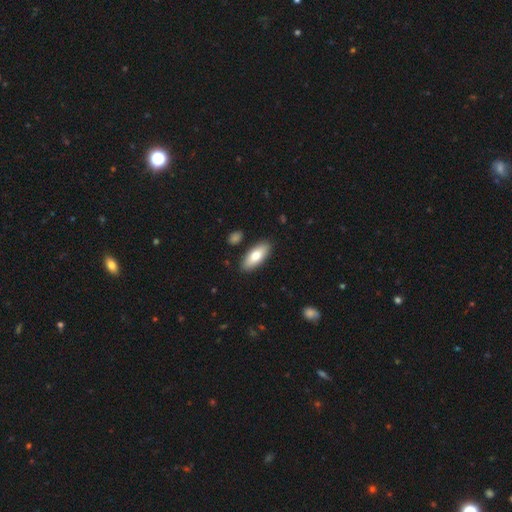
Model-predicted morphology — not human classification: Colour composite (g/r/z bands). It shows a smooth galaxy with no disk features (76%) that is in between round and cigar-shaped (80%). Merging: none (88%).